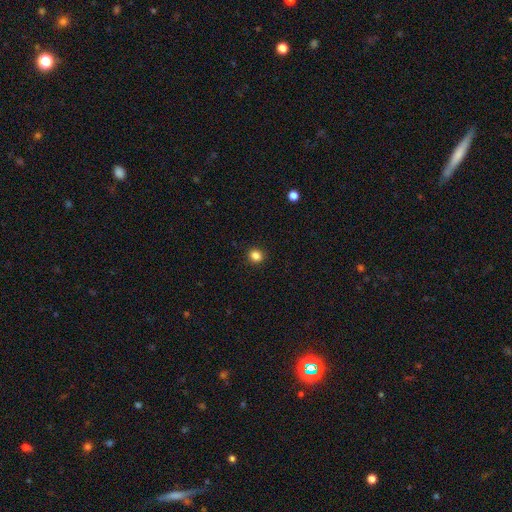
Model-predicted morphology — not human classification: A smooth galaxy with no disk features (85%) that is round (86%). Merging: none (92%).